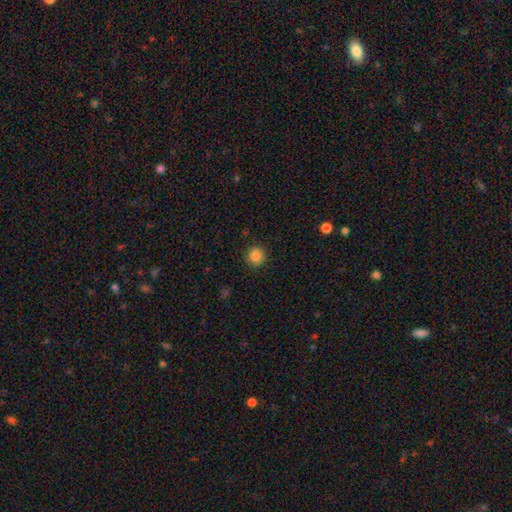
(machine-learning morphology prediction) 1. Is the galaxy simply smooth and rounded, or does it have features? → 86% smooth, 10% star or artifact, 4% featured or disk.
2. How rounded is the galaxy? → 91% round, 8% in between, 1% cigar-shaped.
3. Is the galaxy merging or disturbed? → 90% none, 7% minor disturbance, 2% major disturbance, 1% merger.